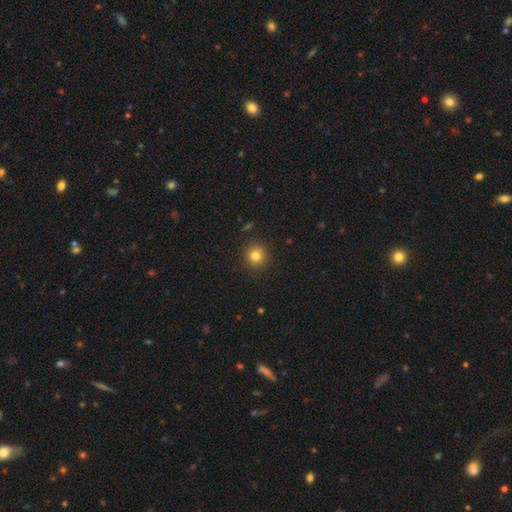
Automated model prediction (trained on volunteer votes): smooth_or_featured: smooth (p=0.80) [alt: star or artifact p=0.13]
how_rounded: round (p=0.93) [alt: in between p=0.06]
merging: none (p=0.91) [alt: minor disturbance p=0.06]